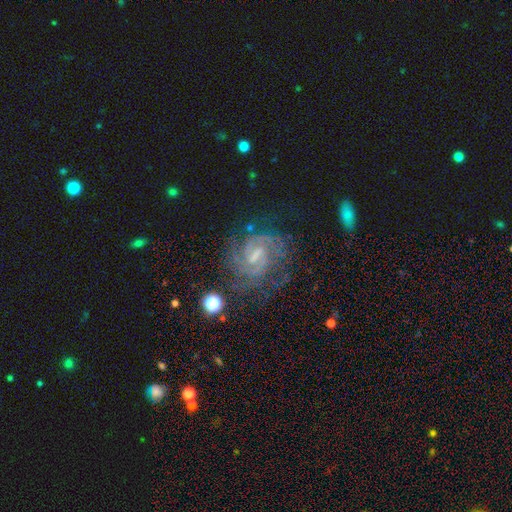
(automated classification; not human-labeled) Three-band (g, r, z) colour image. It shows a featured or disk galaxy (85%) with a weak bar (56%), 2 (49%) tight (55%) spiral arms (97%) and a small central bulge (47%). Merging: none (72%).